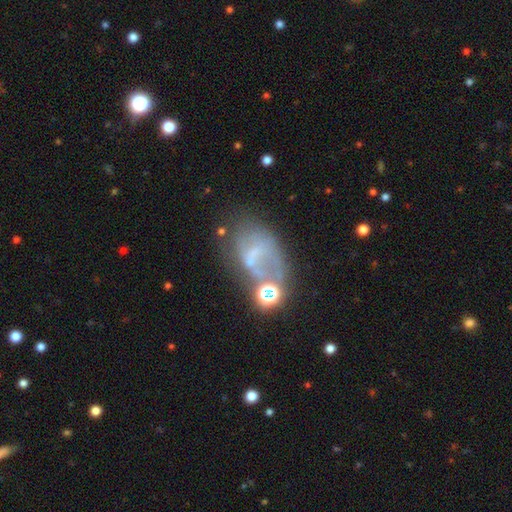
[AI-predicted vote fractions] Smooth or featured?
  - featured or disk: 51% *
  - smooth: 30%
  - star or artifact: 19%
Edge-on disk?
  - no: 95% *
  - yes: 5%
Merging?
  - none: 33% *
  - major disturbance: 30%
  - minor disturbance: 21%
  - merger: 16%